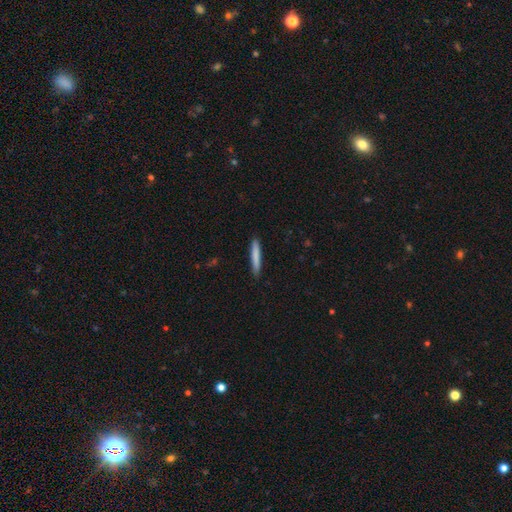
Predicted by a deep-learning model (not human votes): A smooth galaxy with no disk features (81%) that is cigar-shaped (94%).

Vote fractions:
- Smooth or featured? smooth: 81% / featured or disk: 14% / star or artifact: 6%
- How rounded? cigar-shaped: 94% / in between: 4% / round: 1%
- Merging? none: 89% / minor disturbance: 8% / major disturbance: 2% / merger: 1%